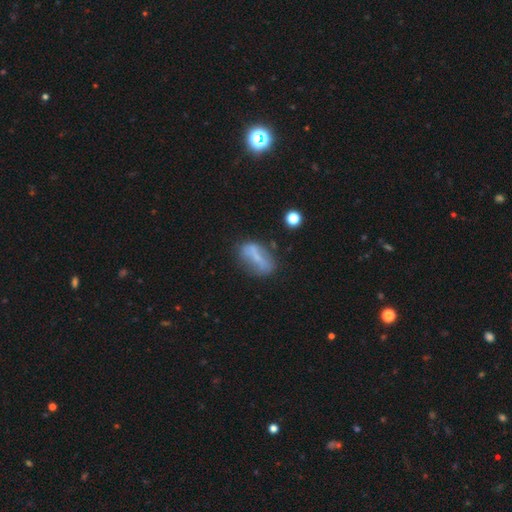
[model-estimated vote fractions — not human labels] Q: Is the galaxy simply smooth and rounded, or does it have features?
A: smooth — 50%.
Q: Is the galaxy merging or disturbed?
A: none — 57%.